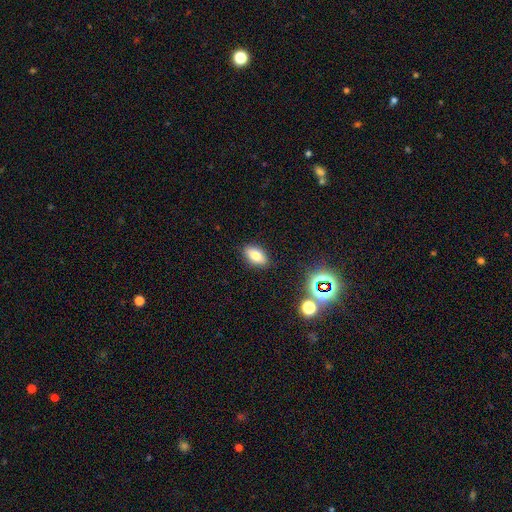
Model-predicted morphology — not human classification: A smooth galaxy with no disk features (78%) that is in between round and cigar-shaped (89%).

Vote fractions:
- Smooth or featured? smooth: 78% / star or artifact: 12% / featured or disk: 11%
- How rounded? in between: 89% / round: 6% / cigar-shaped: 5%
- Merging? none: 87% / minor disturbance: 9% / major disturbance: 2% / merger: 2%